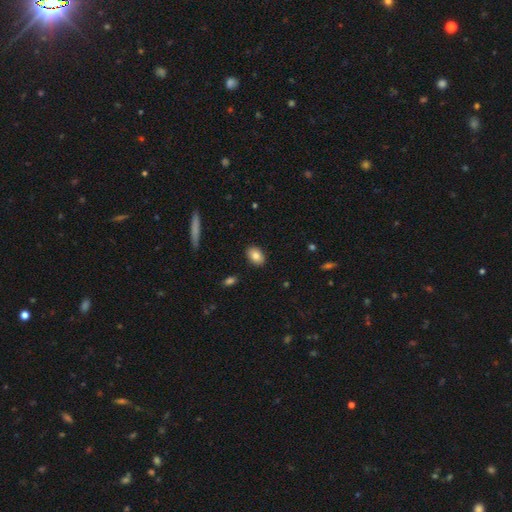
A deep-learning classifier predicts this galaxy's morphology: Smooth or featured? Predicted: smooth (p=0.81). How rounded? Predicted: in between (p=0.82). Merging? Predicted: none (p=0.89).